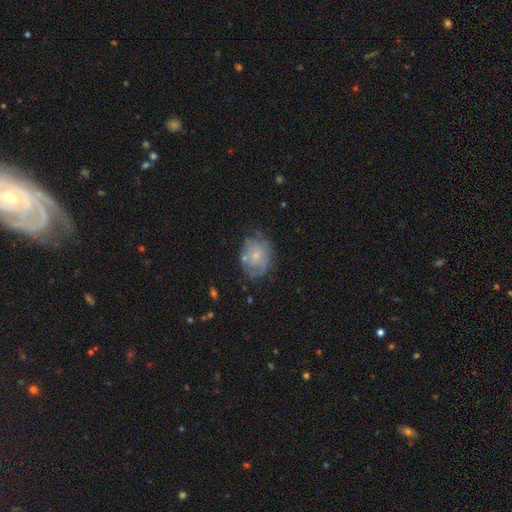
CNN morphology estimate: smooth 49%, featured or disk 43%, star or artifact 8%. Down the decision tree: merging — none (54%).